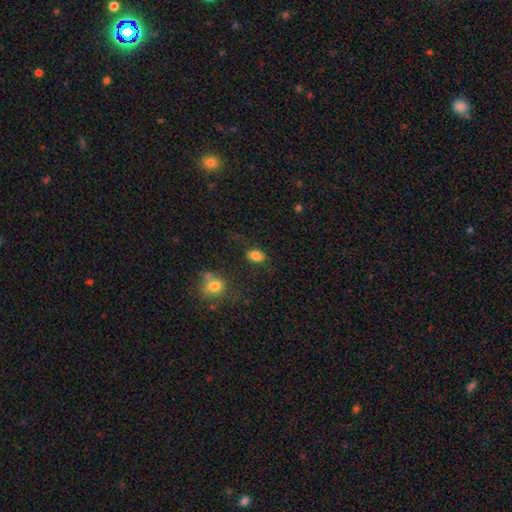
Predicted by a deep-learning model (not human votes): A smooth galaxy with no disk features (82%) that is in between round and cigar-shaped (80%). Merging: none (72%).